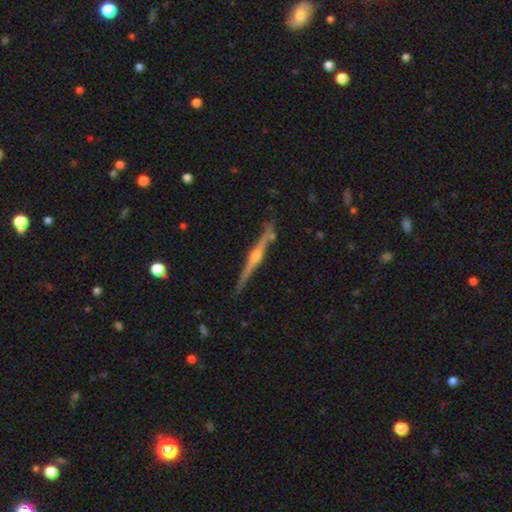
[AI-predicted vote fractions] Morphology: type=featured or disk (86%); edge-on=yes (98%); edge-on bulge=rounded (92%); merging=none (87%).